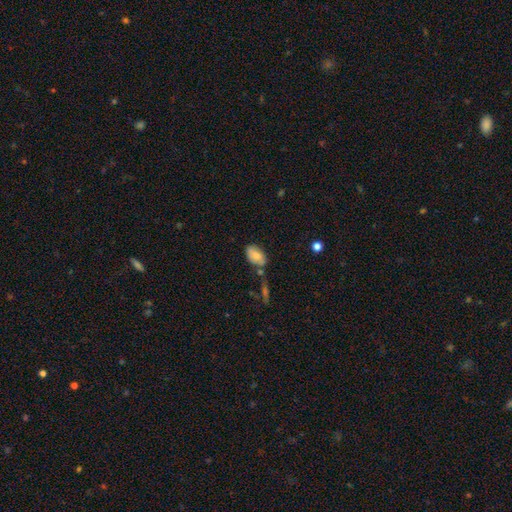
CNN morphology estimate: type=smooth (77%); roundness=in between (92%); merging=none (62%).